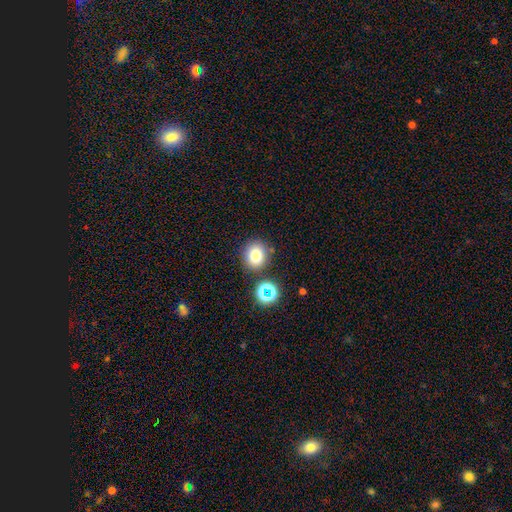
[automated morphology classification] A smooth galaxy with no disk features (77%) that is round (74%).

Vote fractions:
- Smooth or featured? smooth: 77% / star or artifact: 15% / featured or disk: 8%
- How rounded? round: 74% / in between: 25% / cigar-shaped: 1%
- Merging? none: 80% / minor disturbance: 10% / merger: 7% / major disturbance: 3%